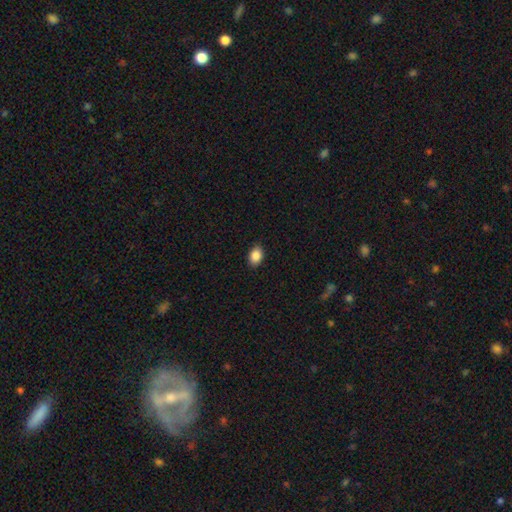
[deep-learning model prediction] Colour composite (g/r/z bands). It shows a smooth galaxy with no disk features (88%) that is in between round and cigar-shaped (78%). Merging: none (89%).